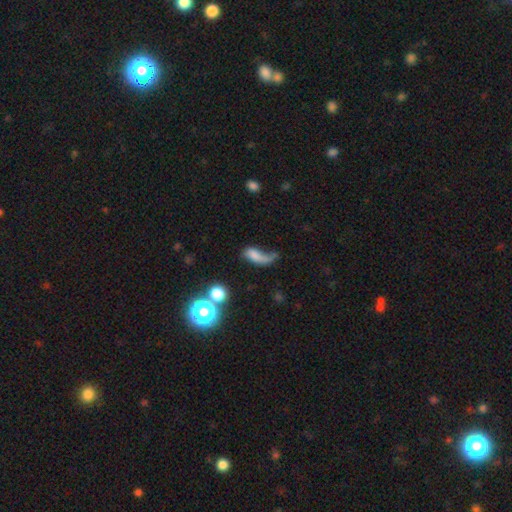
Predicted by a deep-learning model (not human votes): A smooth galaxy with no disk features (59%) that is in between round and cigar-shaped (71%).

Vote fractions:
- Smooth or featured? smooth: 59% / featured or disk: 28% / star or artifact: 13%
- How rounded? in between: 71% / cigar-shaped: 16% / round: 14%
- Merging? major disturbance: 40% / none: 24% / minor disturbance: 19% / merger: 17%